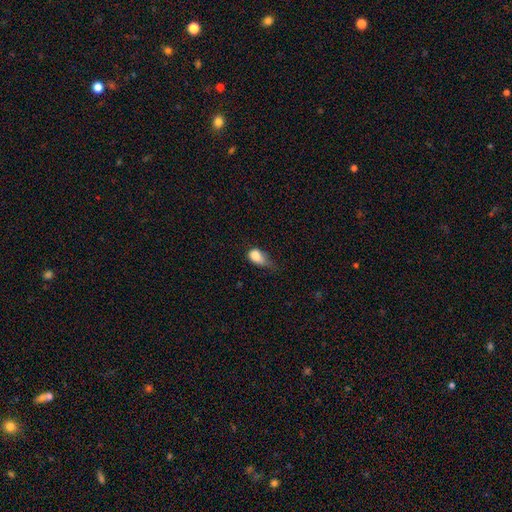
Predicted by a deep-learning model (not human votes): smooth_or_featured: smooth (p=0.81) [alt: featured or disk p=0.10]
how_rounded: in between (p=0.79) [alt: round p=0.18]
merging: minor disturbance (p=0.44) [alt: major disturbance p=0.33]